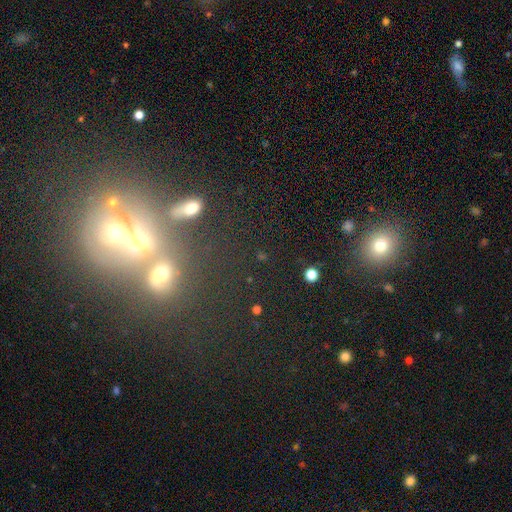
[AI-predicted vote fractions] This is marginally a smooth galaxy (41%). Merging: possibly none (47%).